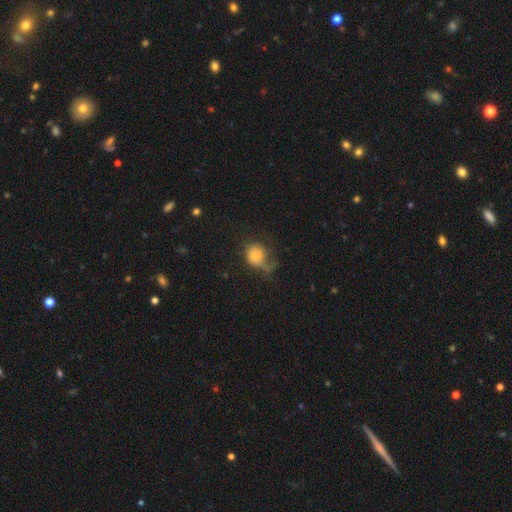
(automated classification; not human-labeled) smooth 76%, featured or disk 14%, star or artifact 10%. Down the decision tree: how rounded — round (67%); merging — none (36%).